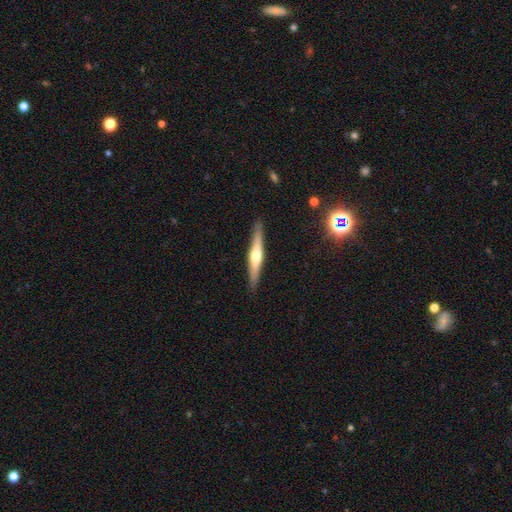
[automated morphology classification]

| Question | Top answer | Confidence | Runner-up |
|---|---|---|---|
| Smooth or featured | featured or disk | 62% | smooth (32%) |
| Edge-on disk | yes | 96% | no (4%) |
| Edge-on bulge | rounded | 88% | none (7%) |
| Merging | none | 90% | minor disturbance (7%) |